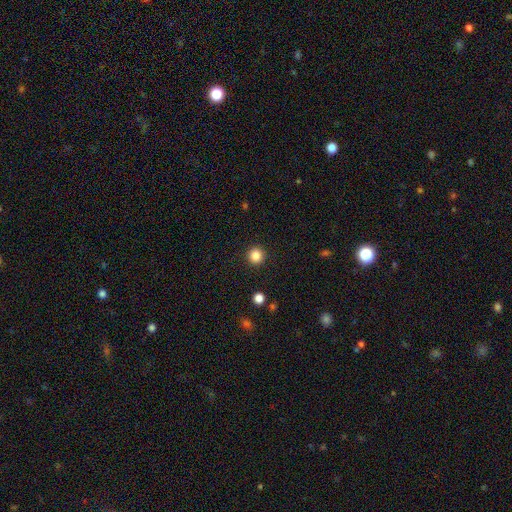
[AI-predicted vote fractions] Morphology: type=smooth (85%); roundness=round (95%); merging=none (93%).